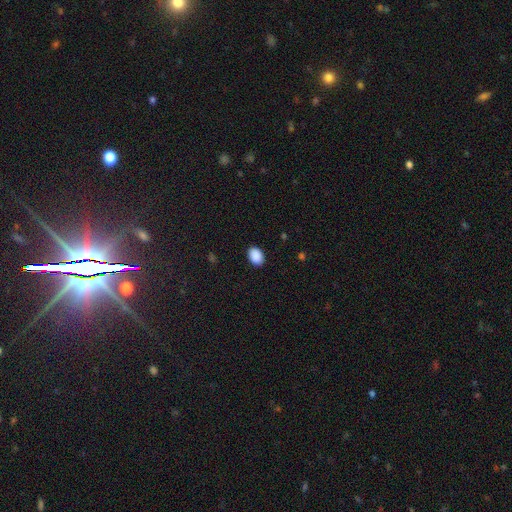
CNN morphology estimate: This appears to be a smooth galaxy with no disk features (90%) that is in between round and cigar-shaped (79%). Merging: none (90%).